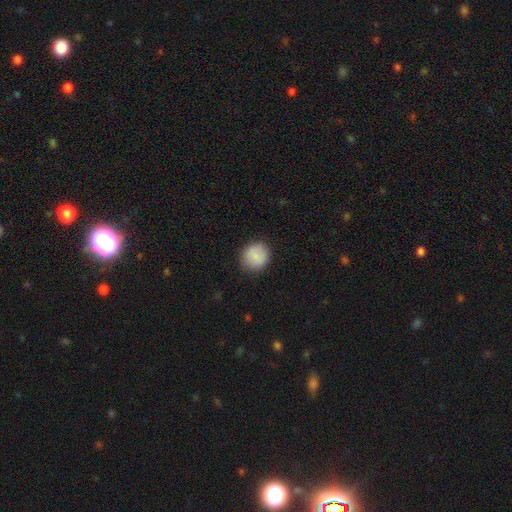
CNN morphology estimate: Overall: smooth (85%). How rounded: round (86%). Merging: none (86%).